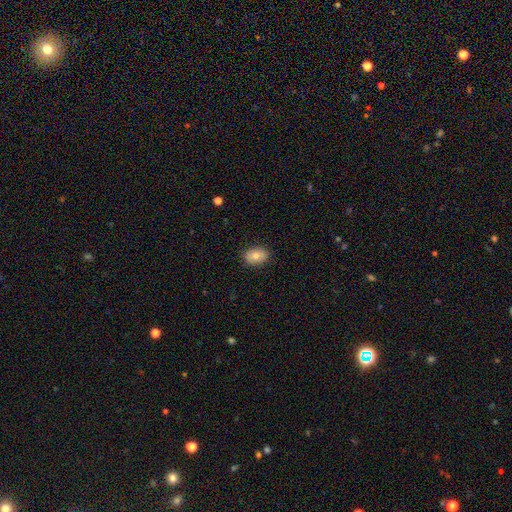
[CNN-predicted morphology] smooth-or-featured: smooth: 78% | featured or disk: 14% | star or artifact: 8%
  how-rounded: in between: 79% | round: 20% | cigar-shaped: 1%
  merging: none: 87% | minor disturbance: 10% | major disturbance: 2% | merger: 1%